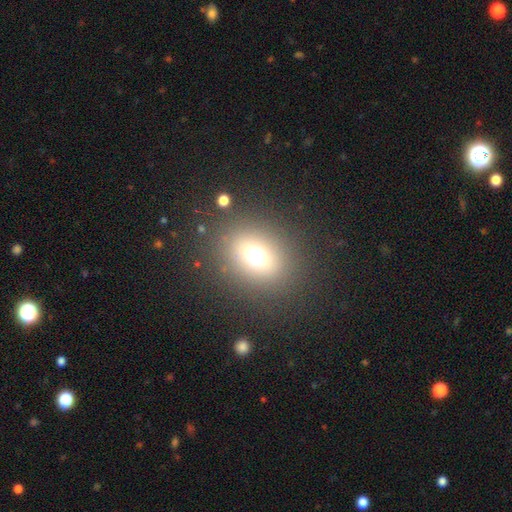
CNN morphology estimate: smooth-or-featured: smooth: 67% | star or artifact: 21% | featured or disk: 12%
  how-rounded: round: 58% | in between: 41% | cigar-shaped: 1%
  merging: none: 84% | minor disturbance: 8% | major disturbance: 5% | merger: 2%